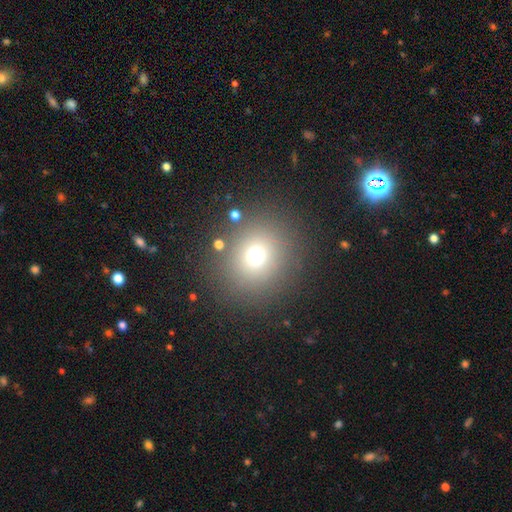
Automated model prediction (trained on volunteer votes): Smooth or featured: smooth — 68% (star or artifact — 22%)
How rounded: round — 90% (in between — 9%)
Merging: none — 84% (minor disturbance — 7%)